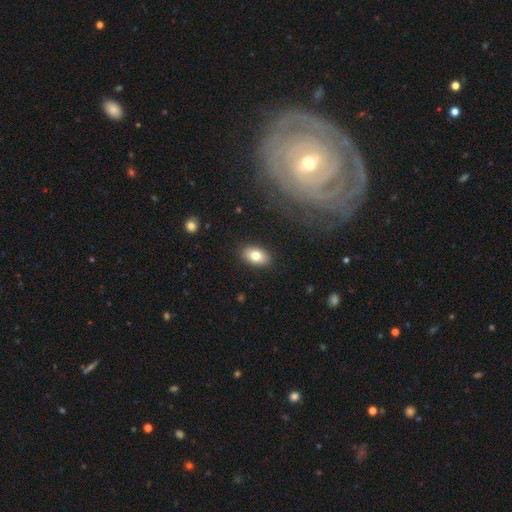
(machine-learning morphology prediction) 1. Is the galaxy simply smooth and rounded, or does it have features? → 78% smooth, 14% featured or disk, 8% star or artifact.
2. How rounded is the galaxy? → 91% in between, 7% round, 2% cigar-shaped.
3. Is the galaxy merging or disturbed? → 88% none, 8% minor disturbance, 2% major disturbance, 1% merger.